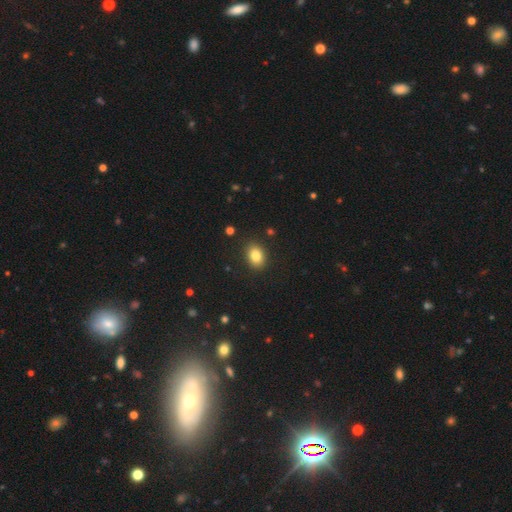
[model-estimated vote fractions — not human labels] The model was most divided on "how rounded": in between: 66%, round: 33%, cigar-shaped: 1%. More confident: merging — none (88%); smooth or featured — smooth (84%).